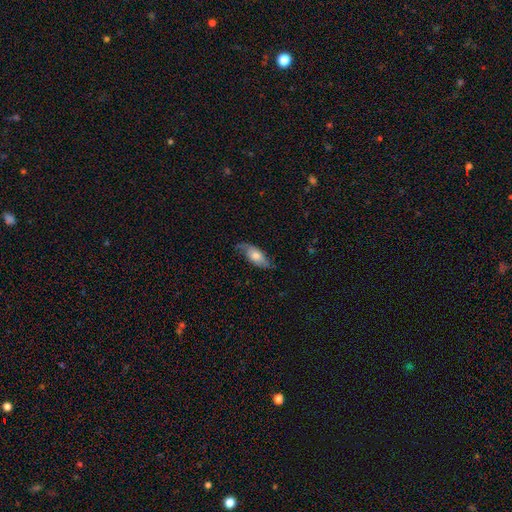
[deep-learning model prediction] Smooth or featured: smooth — 51% (featured or disk — 43%)
How rounded: in between — 80% (cigar-shaped — 17%)
Merging: none — 62% (minor disturbance — 27%)